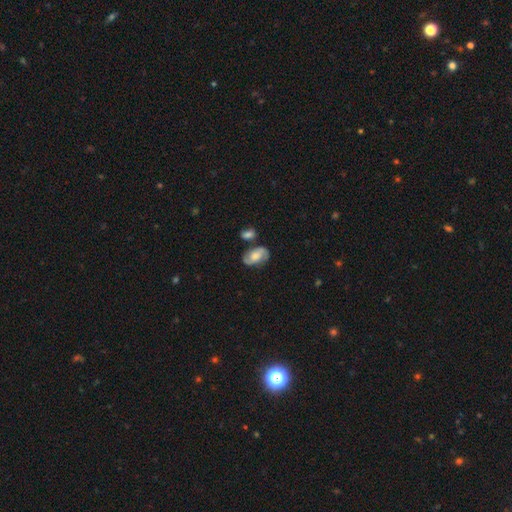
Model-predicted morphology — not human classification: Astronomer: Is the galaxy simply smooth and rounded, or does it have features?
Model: featured or disk — 65%.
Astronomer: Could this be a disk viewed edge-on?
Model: no — 96%.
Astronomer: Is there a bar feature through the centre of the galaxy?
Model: no — 58% (runner-up: weak, 34%).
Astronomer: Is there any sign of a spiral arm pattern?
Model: yes — 90%.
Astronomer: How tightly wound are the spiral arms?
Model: medium — 48% (runner-up: loose, 27%).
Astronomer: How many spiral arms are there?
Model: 2 — 89%.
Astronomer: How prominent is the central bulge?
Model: moderate — 43% (runner-up: large, 27%).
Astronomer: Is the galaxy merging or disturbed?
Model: none — 69%.